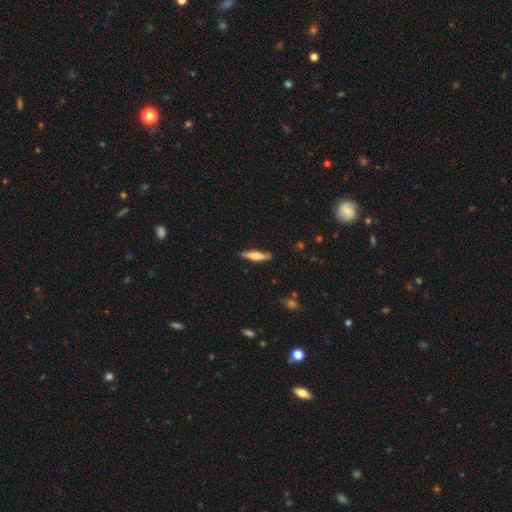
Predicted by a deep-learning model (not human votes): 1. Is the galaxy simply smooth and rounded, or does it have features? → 56% smooth, 38% featured or disk, 6% star or artifact.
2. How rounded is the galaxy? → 75% cigar-shaped, 23% in between, 2% round.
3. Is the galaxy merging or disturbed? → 86% none, 11% minor disturbance, 2% major disturbance, 1% merger.